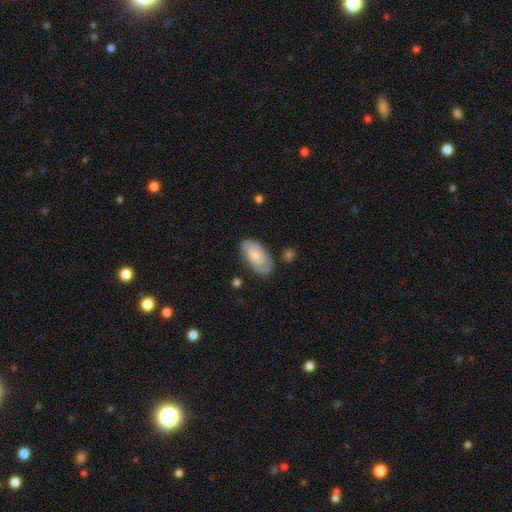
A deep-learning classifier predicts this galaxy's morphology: Overall: featured or disk (65%; smooth 29%). Edge-on disk: no (95%). Bar: no (64%; weak 30%). Spiral arms: yes (90%). Spiral arm count: 2 (72%). Spiral winding: tight (57%; medium 33%). Bulge size: small (53%; moderate 35%). Merging: none (77%).